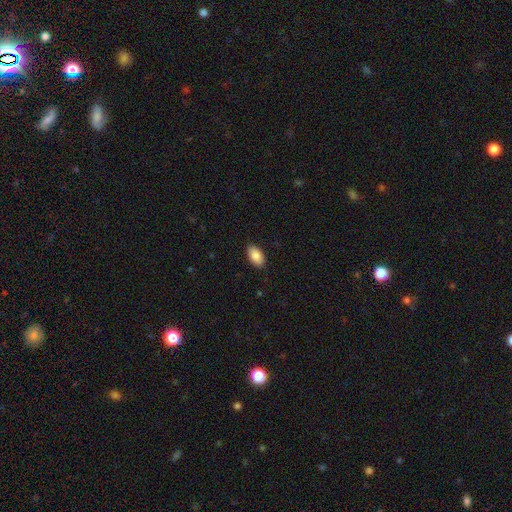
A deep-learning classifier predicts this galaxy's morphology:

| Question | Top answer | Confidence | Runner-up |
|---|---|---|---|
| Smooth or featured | smooth | 88% | star or artifact (7%) |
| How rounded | in between | 95% | round (3%) |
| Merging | none | 89% | minor disturbance (8%) |